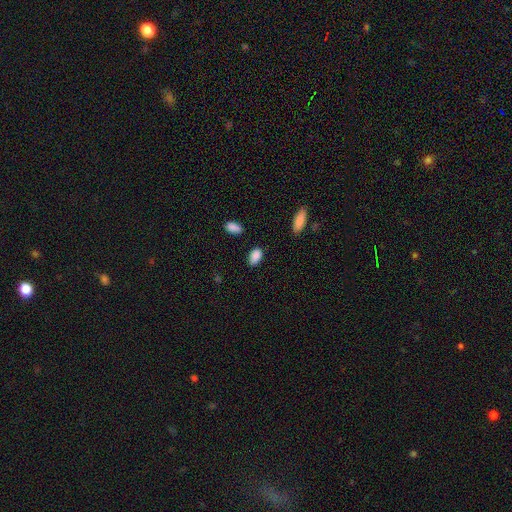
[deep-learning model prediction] smooth-or-featured: smooth: 89% | star or artifact: 7% | featured or disk: 4%
  how-rounded: in between: 92% | round: 6% | cigar-shaped: 3%
  merging: none: 80% | minor disturbance: 14% | major disturbance: 3% | merger: 3%